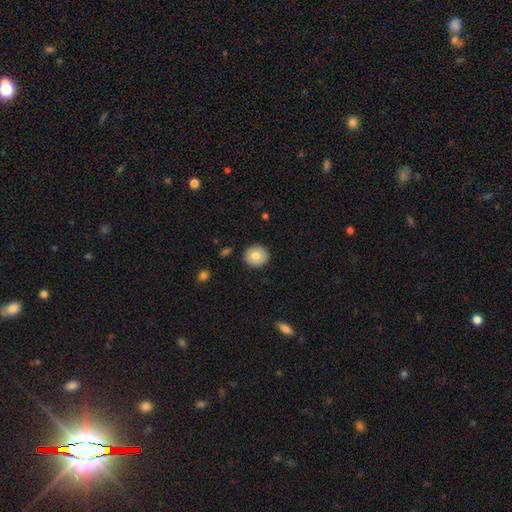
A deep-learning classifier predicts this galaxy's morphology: A smooth galaxy with no disk features (77%) that is round (87%). Merging: none (90%).